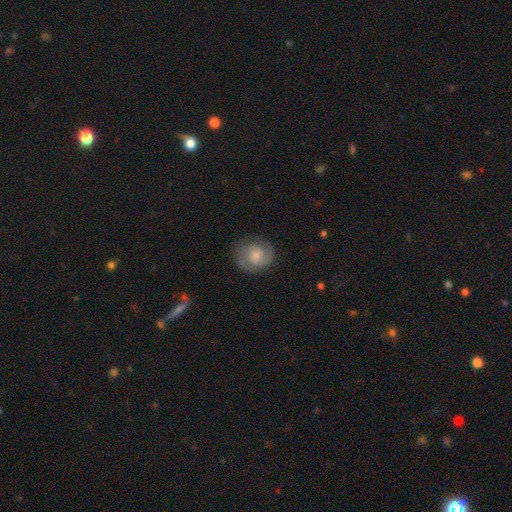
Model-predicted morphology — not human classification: smooth-or-featured: featured or disk: 56% | smooth: 37% | star or artifact: 7%
  disk-edge-on: no: 98% | yes: 2%
    bar: no: 61% | weak: 34% | strong: 4%
    has-spiral-arms: yes: 91% | no: 9%
    bulge-size: moderate: 37% | small: 35% | none: 16% | large: 10% | dominant: 2%
  merging: none: 79% | minor disturbance: 15% | major disturbance: 6% | merger: 1%